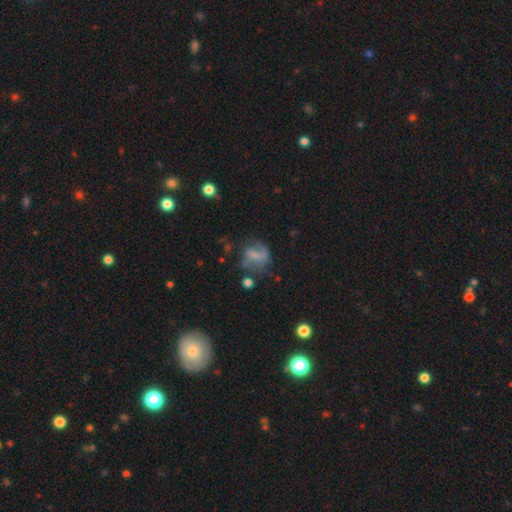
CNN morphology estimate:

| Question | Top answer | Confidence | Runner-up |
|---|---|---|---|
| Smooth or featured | featured or disk | 47% | smooth (40%) |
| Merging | none | 39% | major disturbance (30%) |